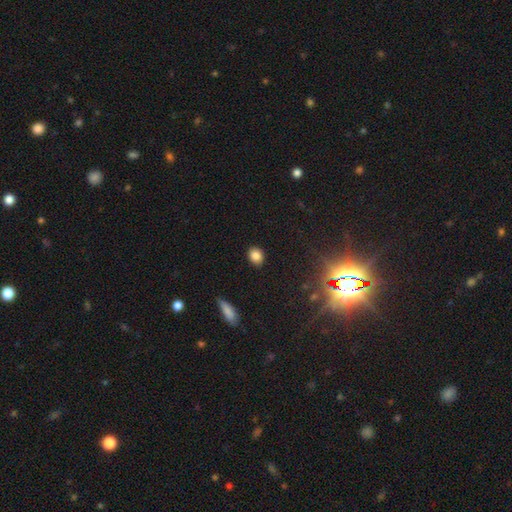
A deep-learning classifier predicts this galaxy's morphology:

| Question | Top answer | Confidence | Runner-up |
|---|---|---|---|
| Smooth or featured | smooth | 83% | star or artifact (11%) |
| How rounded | round | 57% | in between (42%) |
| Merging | none | 89% | minor disturbance (8%) |